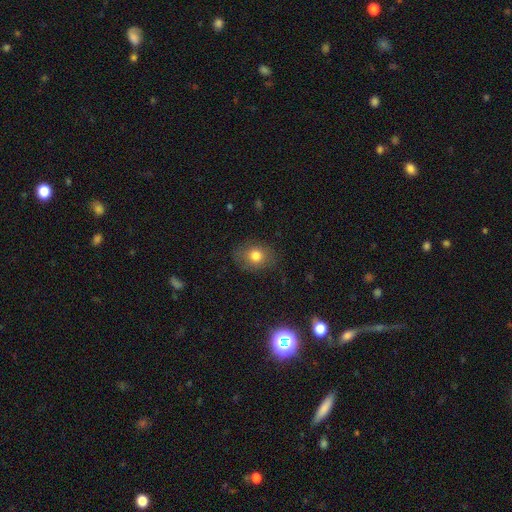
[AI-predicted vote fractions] Q: Smooth or featured?
A: smooth (76%); runner-up: featured or disk (12%)
Q: How rounded?
A: round (51%); runner-up: in between (48%)
Q: Merging?
A: none (80%); runner-up: minor disturbance (14%)